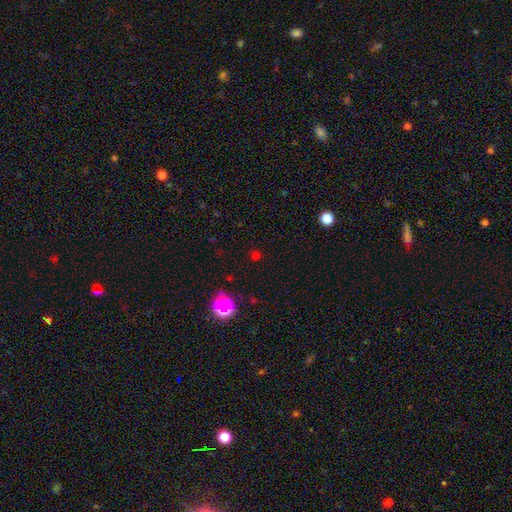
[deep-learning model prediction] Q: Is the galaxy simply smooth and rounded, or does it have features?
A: smooth — 50%.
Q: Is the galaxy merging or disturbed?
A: none — 82%.